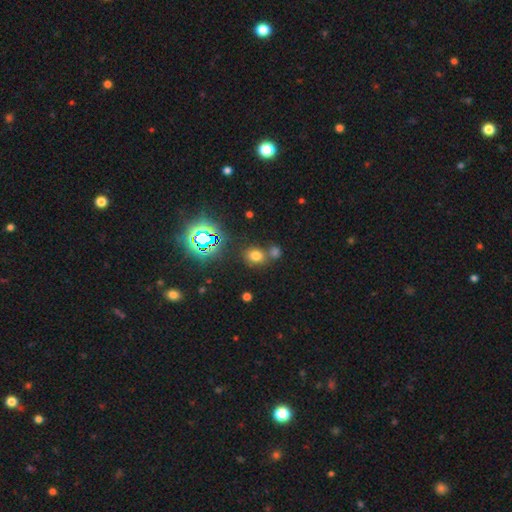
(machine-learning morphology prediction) A smooth galaxy with no disk features (65%) that is round (57%).

Vote fractions:
- Smooth or featured? smooth: 65% / star or artifact: 27% / featured or disk: 8%
- How rounded? round: 57% / in between: 42% / cigar-shaped: 1%
- Merging? none: 63% / merger: 24% / minor disturbance: 10% / major disturbance: 4%